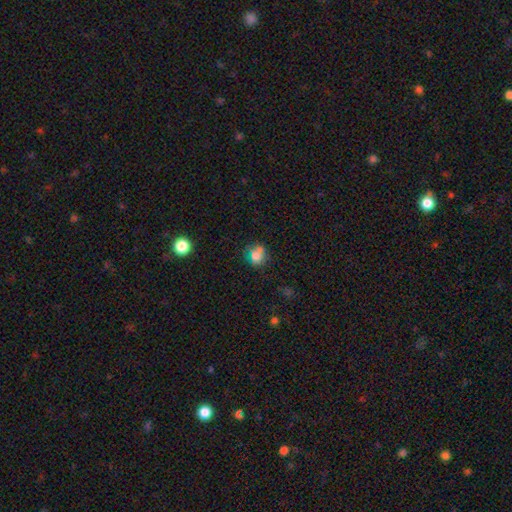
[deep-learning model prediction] This appears to be a smooth galaxy with no disk features (71%) that is round (75%). Merging: none (53%).